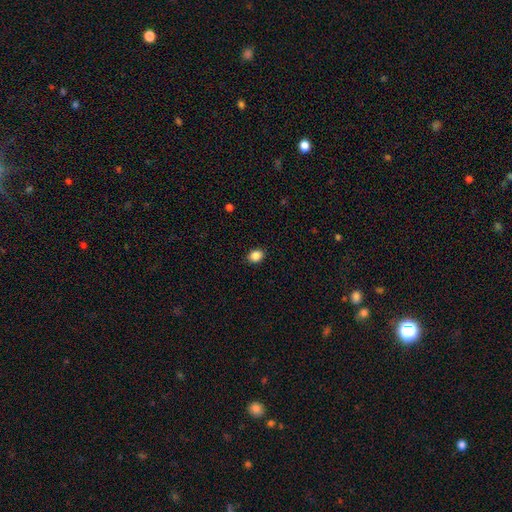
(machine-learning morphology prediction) This appears to be a smooth galaxy with no disk features (87%) that is in between round and cigar-shaped (51%). Merging: none (89%).